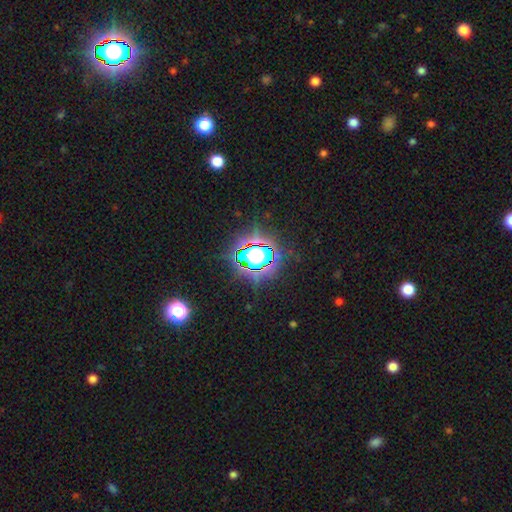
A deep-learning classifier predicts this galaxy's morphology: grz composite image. It shows a star or artifact, not a galaxy (72%).